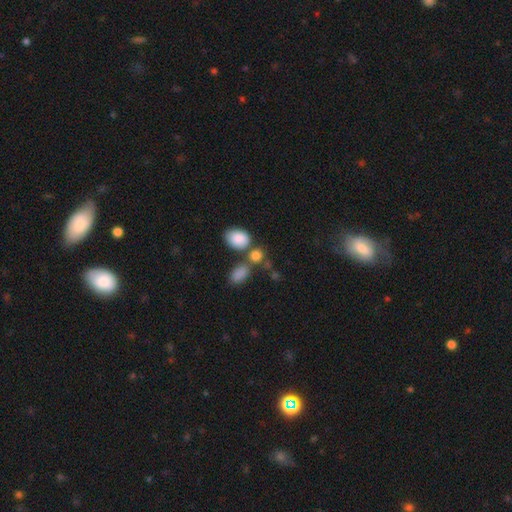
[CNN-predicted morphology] smooth 83%, star or artifact 9%, featured or disk 7%. Down the decision tree: how rounded — in between (60%); merging — none (47%).